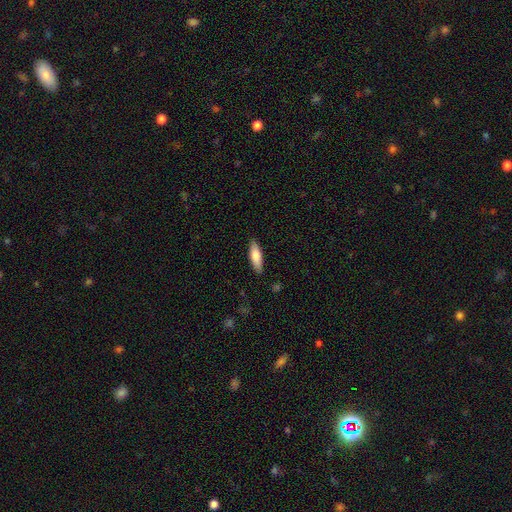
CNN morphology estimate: Overall: smooth (79%). How rounded: in between (50%; cigar-shaped 48%). Merging: none (88%).